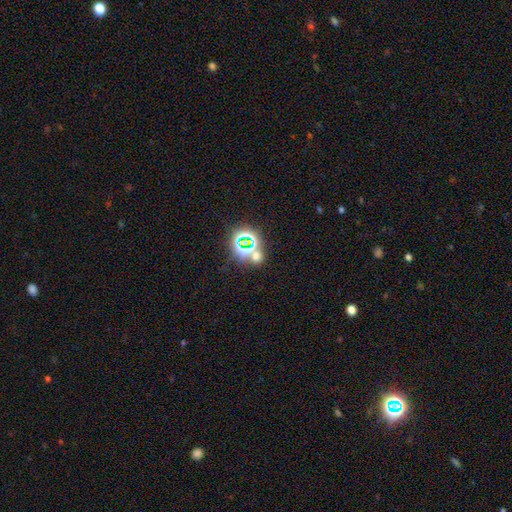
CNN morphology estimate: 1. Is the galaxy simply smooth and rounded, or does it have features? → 53% star or artifact, 39% smooth, 8% featured or disk.